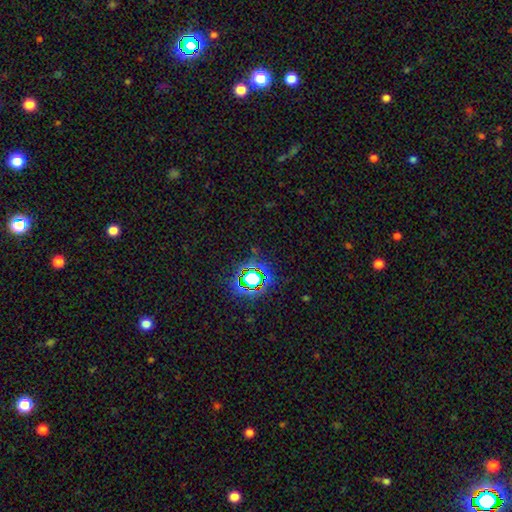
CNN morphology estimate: A star or artifact, not a galaxy (76%).